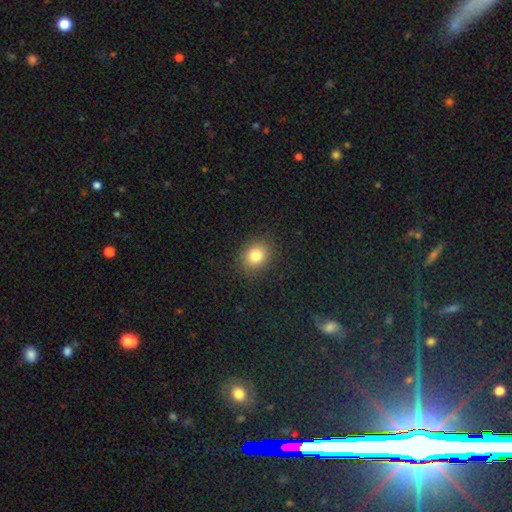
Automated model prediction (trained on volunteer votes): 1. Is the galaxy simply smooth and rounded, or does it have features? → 81% smooth, 12% star or artifact, 7% featured or disk.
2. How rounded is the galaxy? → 60% round, 39% in between, 1% cigar-shaped.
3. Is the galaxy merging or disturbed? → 87% none, 9% minor disturbance, 3% major disturbance, 1% merger.